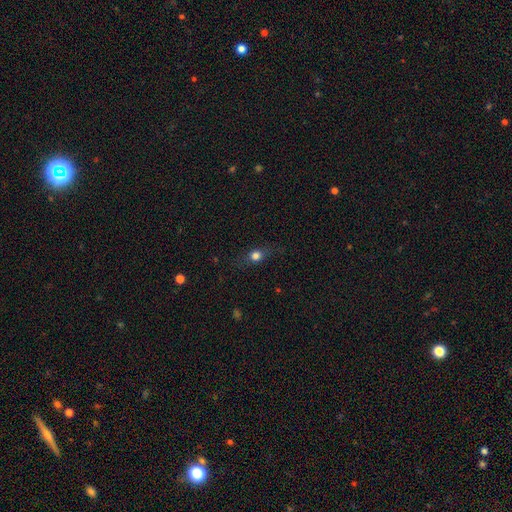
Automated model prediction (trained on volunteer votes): This appears to be a smooth galaxy with no disk features (64%) that is round (46%). Merging: none (77%).